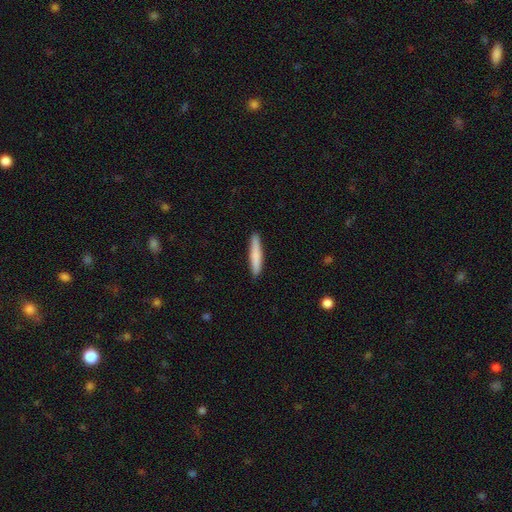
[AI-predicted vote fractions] smooth 79%, featured or disk 15%, star or artifact 5%. Down the decision tree: how rounded — cigar-shaped (92%); merging — none (89%).